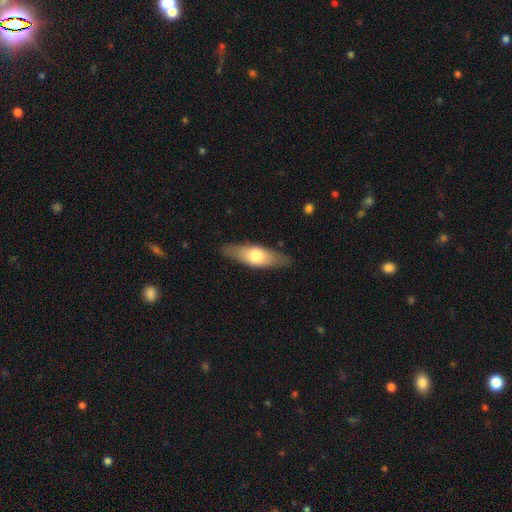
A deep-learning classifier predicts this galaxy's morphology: The model was most divided on "how rounded": in between: 53%, cigar-shaped: 45%, round: 3%. More confident: merging — none (84%); smooth or featured — smooth (60%).